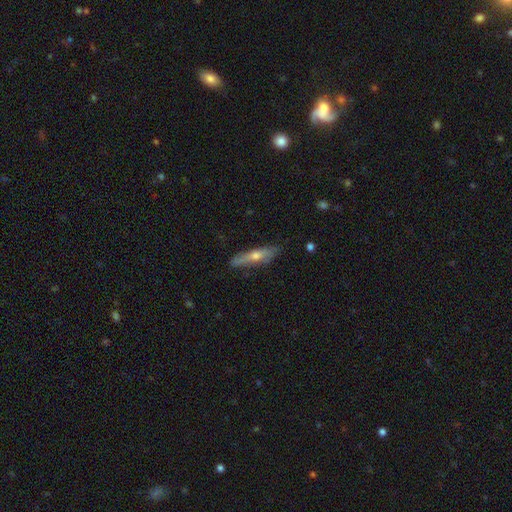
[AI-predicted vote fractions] A featured or disk galaxy (49%). Merging: none (81%).